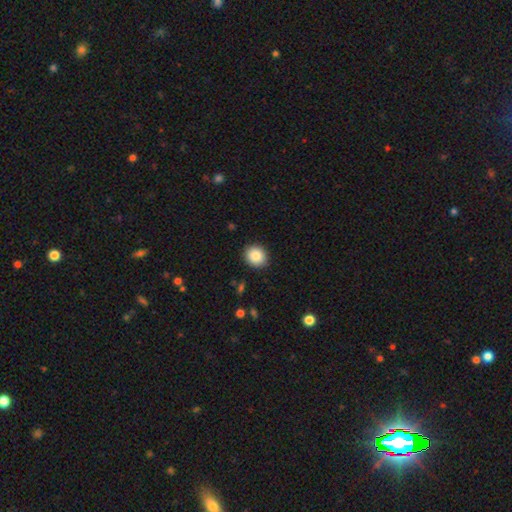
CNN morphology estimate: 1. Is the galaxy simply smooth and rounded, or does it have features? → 88% smooth, 8% star or artifact, 4% featured or disk.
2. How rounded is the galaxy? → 74% round, 25% in between, 1% cigar-shaped.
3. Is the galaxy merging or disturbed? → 90% none, 7% minor disturbance, 2% major disturbance, 1% merger.